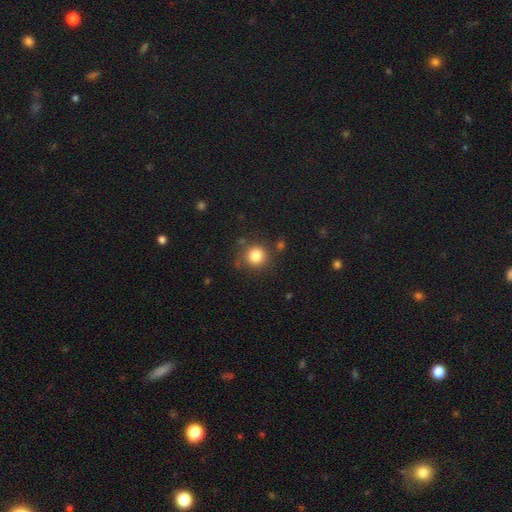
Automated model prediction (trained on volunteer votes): Overall: smooth (83%). How rounded: round (91%). Merging: none (81%).